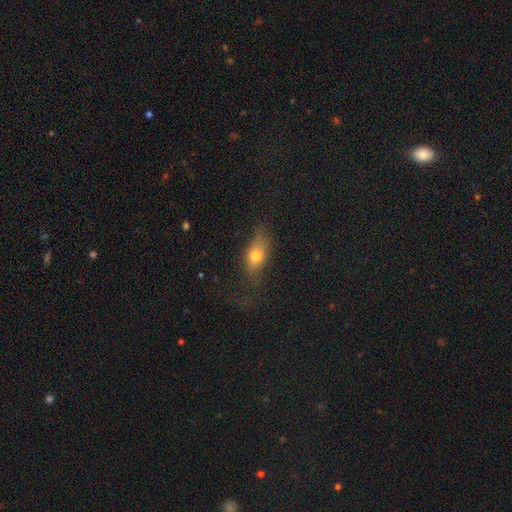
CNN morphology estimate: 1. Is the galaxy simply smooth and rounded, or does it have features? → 73% smooth, 16% featured or disk, 10% star or artifact.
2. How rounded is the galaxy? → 77% in between, 13% round, 10% cigar-shaped.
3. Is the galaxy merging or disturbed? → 52% none, 26% minor disturbance, 19% major disturbance, 2% merger.